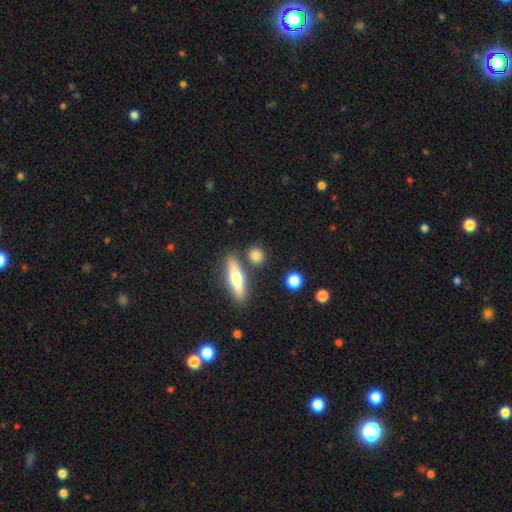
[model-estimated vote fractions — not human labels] Q: Smooth or featured?
A: smooth (77%); runner-up: featured or disk (15%)
Q: How rounded?
A: round (68%); runner-up: in between (20%)
Q: Merging?
A: none (79%); runner-up: minor disturbance (9%)